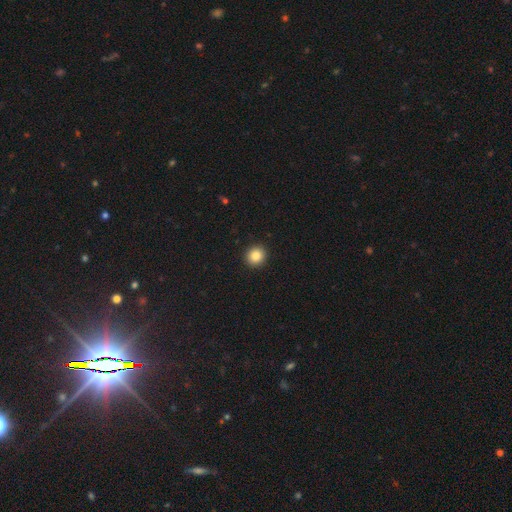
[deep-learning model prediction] This is clearly a smooth galaxy (85%). How rounded: clearly round (92%). Merging: clearly none (93%).